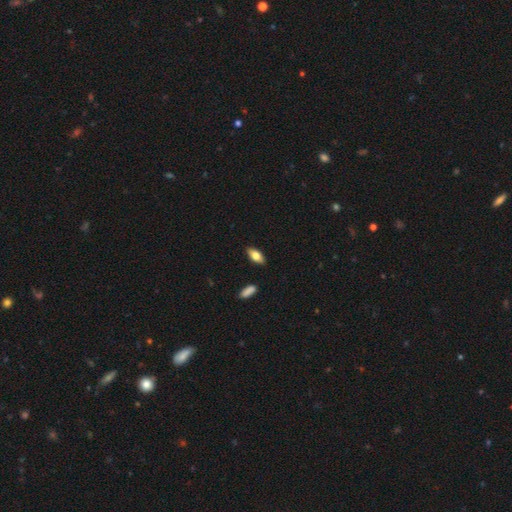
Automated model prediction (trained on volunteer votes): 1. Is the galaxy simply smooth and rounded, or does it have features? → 77% smooth, 17% featured or disk, 6% star or artifact.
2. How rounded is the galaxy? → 85% in between, 13% cigar-shaped, 2% round.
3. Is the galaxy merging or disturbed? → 88% none, 9% minor disturbance, 2% major disturbance, 2% merger.